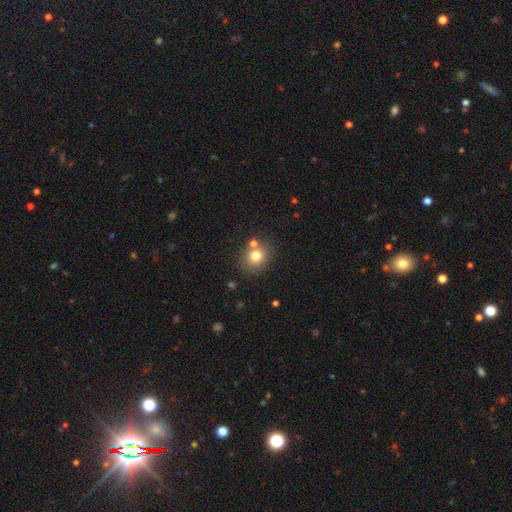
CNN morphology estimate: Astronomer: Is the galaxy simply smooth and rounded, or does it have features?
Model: smooth — 77%.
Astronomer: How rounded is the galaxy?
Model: round — 67%.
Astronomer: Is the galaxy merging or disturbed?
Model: none — 71%.